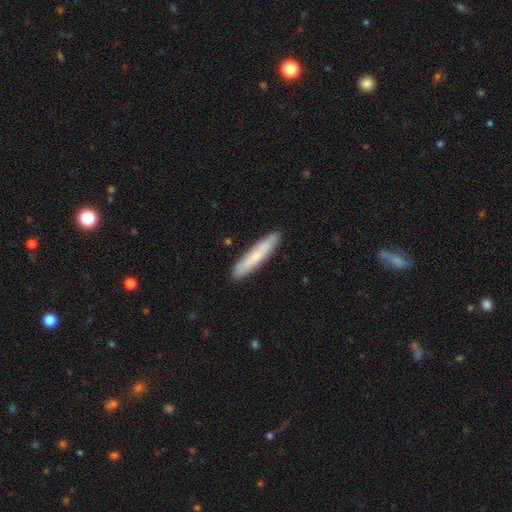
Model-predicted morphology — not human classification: Overall: smooth (73%). How rounded: cigar-shaped (92%). Merging: none (90%).